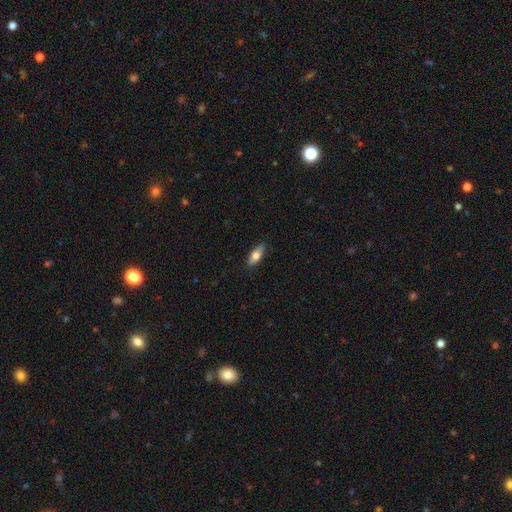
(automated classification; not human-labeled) Q: Smooth or featured?
A: smooth (72%); runner-up: featured or disk (22%)
Q: How rounded?
A: in between (73%); runner-up: cigar-shaped (25%)
Q: Merging?
A: none (87%); runner-up: minor disturbance (10%)